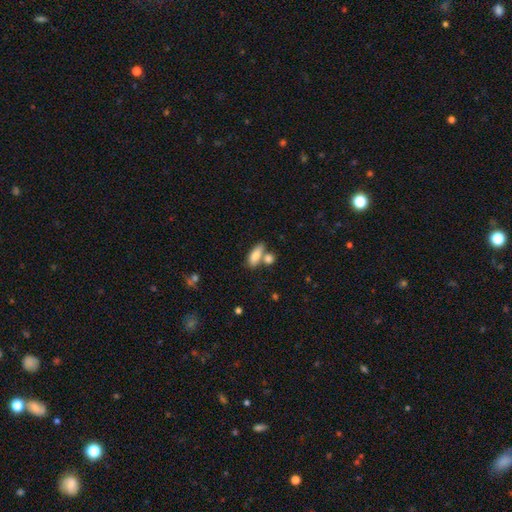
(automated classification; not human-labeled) smooth_or_featured: smooth (p=0.81) [alt: featured or disk p=0.12]
how_rounded: in between (p=0.72) [alt: cigar-shaped p=0.23]
merging: none (p=0.50) [alt: merger p=0.33]